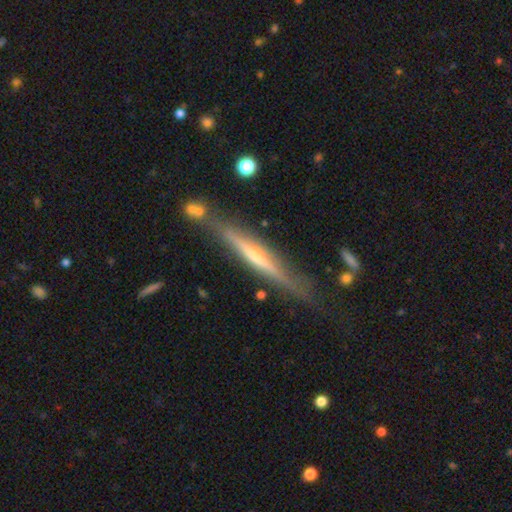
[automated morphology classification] type=featured or disk (71%); edge-on=yes (96%); edge-on bulge=rounded (53%); merging=none (76%).